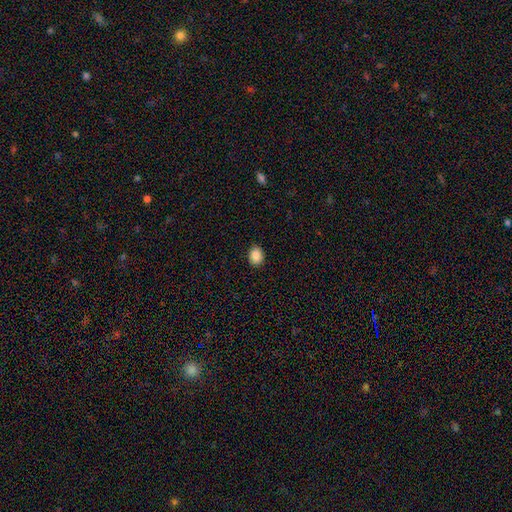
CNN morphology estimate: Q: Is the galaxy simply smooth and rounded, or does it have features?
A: smooth — 89%.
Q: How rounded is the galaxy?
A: in between — 56%.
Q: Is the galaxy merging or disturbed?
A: none — 89%.